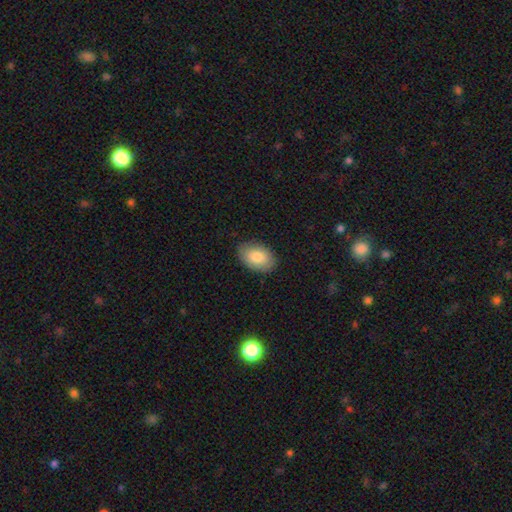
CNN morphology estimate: A smooth galaxy with no disk features (81%) that is in between round and cigar-shaped (88%). Merging: none (86%).